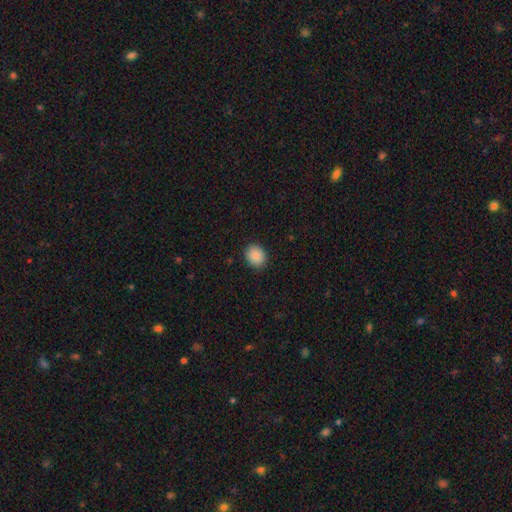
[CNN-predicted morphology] This appears to be a smooth galaxy with no disk features (87%) that is round (66%). Merging: none (88%).